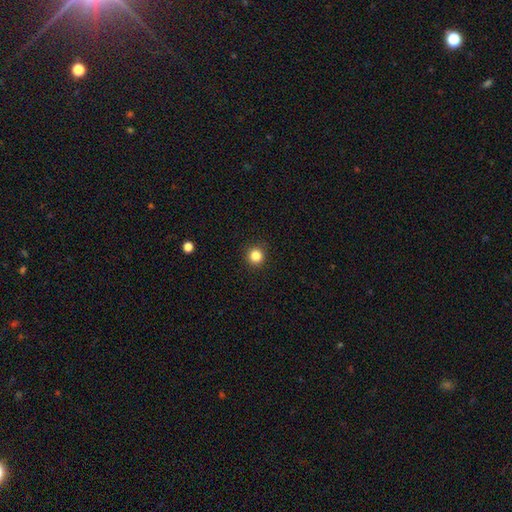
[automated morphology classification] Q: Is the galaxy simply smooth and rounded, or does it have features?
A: smooth — 84%.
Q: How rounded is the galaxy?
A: round — 94%.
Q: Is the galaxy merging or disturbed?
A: none — 92%.